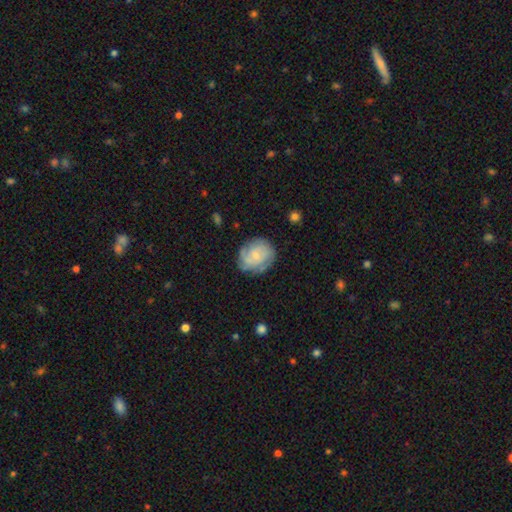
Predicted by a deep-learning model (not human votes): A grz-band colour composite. It shows a featured or disk galaxy (56%) with no bar (75%), spiral arms (78%) and a small central bulge (68%). Merging: none (71%).